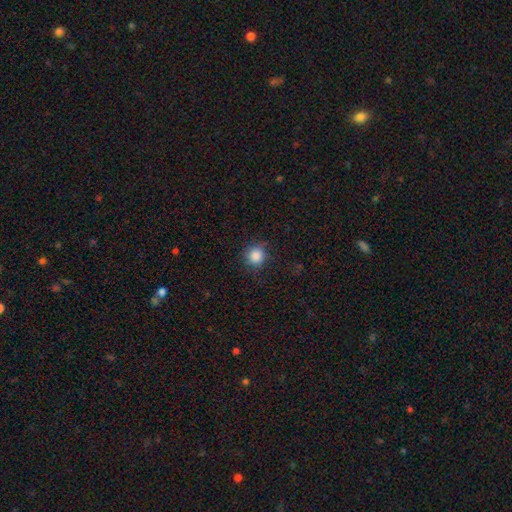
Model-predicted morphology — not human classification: smooth-or-featured: smooth: 86% | star or artifact: 10% | featured or disk: 4%
  how-rounded: round: 91% | in between: 8% | cigar-shaped: 1%
  merging: none: 83% | minor disturbance: 12% | major disturbance: 4% | merger: 1%